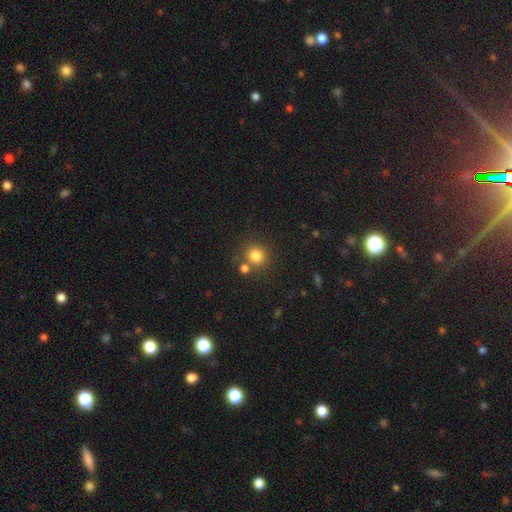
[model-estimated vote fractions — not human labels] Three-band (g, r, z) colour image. It shows a smooth galaxy with no disk features (81%) that is round (88%). Merging: none (72%).